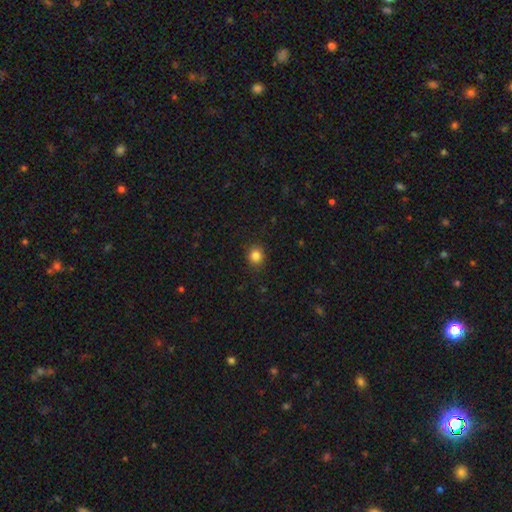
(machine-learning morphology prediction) A smooth galaxy with no disk features (85%) that is round (81%).

Vote fractions:
- Smooth or featured? smooth: 85% / star or artifact: 11% / featured or disk: 4%
- How rounded? round: 81% / in between: 18% / cigar-shaped: 1%
- Merging? none: 89% / minor disturbance: 8% / major disturbance: 2% / merger: 1%